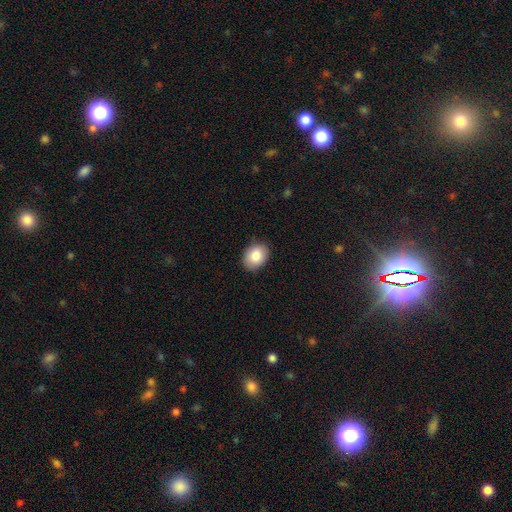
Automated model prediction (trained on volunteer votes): Smooth or featured: smooth — 85% (featured or disk — 8%)
How rounded: in between — 65% (round — 34%)
Merging: none — 87% (minor disturbance — 10%)